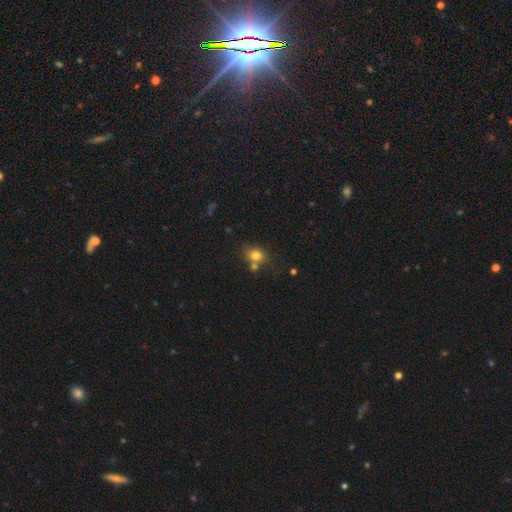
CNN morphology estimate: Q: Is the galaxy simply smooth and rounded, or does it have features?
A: smooth — 78%.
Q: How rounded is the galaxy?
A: round — 58%.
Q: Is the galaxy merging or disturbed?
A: none — 57%.